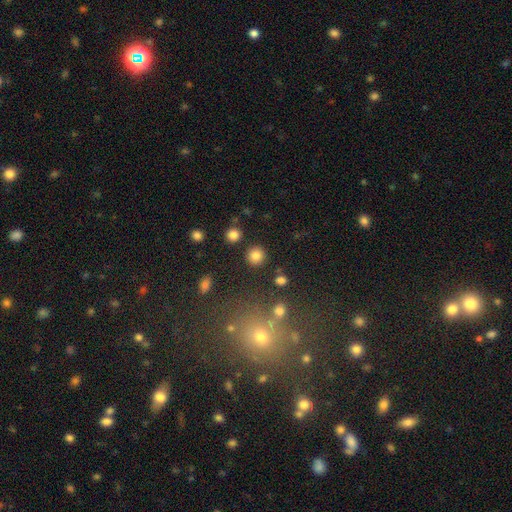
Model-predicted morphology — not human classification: This is clearly a smooth galaxy (83%). How rounded: clearly round (93%). Merging: clearly none (88%).